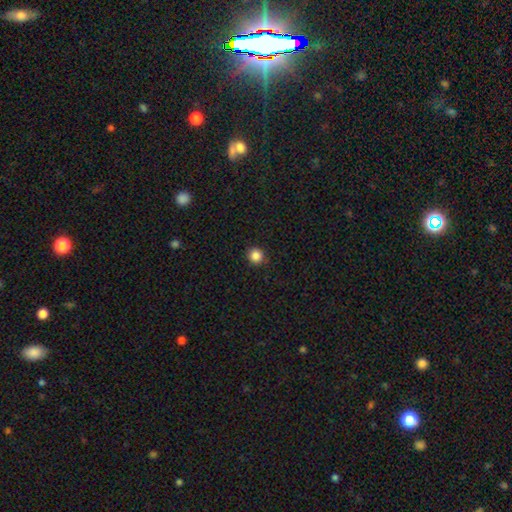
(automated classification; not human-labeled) smooth 86%, star or artifact 11%, featured or disk 3%. Down the decision tree: how rounded — round (93%); merging — none (92%).